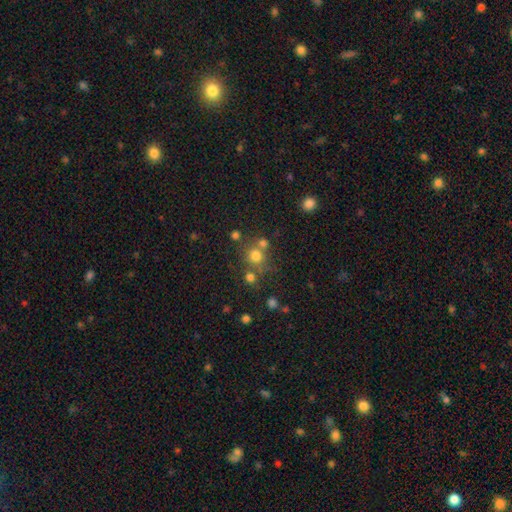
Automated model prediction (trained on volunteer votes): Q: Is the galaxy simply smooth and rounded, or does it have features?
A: smooth — 72%.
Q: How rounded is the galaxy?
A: round — 89%.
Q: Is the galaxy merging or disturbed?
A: none — 63%.